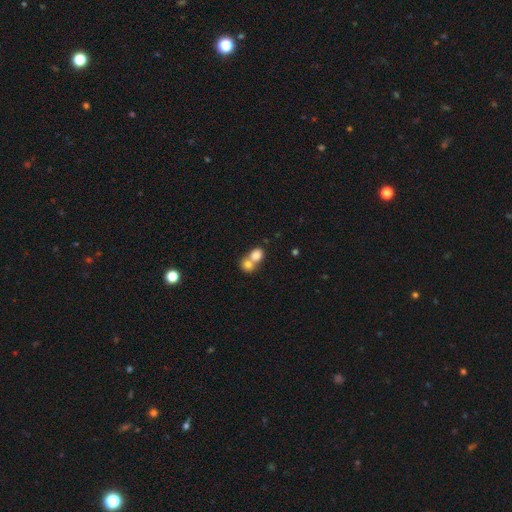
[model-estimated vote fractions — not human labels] smooth-or-featured: smooth: 78% | featured or disk: 12% | star or artifact: 9%
  how-rounded: round: 68% | in between: 31% | cigar-shaped: 1%
  merging: merger: 66% | none: 27% | minor disturbance: 5% | major disturbance: 2%